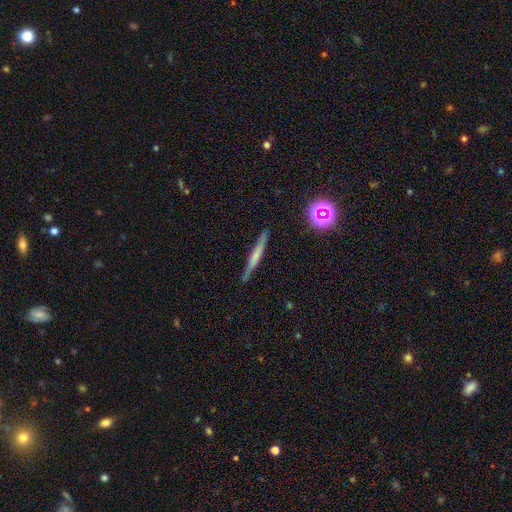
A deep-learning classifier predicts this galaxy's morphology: Q: Smooth or featured?
A: smooth (49%); runner-up: featured or disk (42%)
Q: Merging?
A: none (85%); runner-up: minor disturbance (11%)